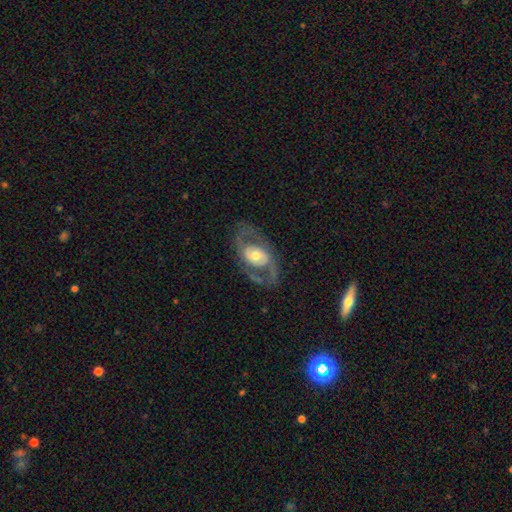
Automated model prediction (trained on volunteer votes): smooth_or_featured: featured or disk (p=0.77) [alt: smooth p=0.17]
disk_edge_on: no (p=0.94) [alt: yes p=0.06]
bar: no (p=0.64) [alt: weak p=0.26]
has_spiral_arms: yes (p=0.68) [alt: no p=0.32]
bulge_size: moderate (p=0.63) [alt: large p=0.18]
merging: none (p=0.70) [alt: major disturbance p=0.15]